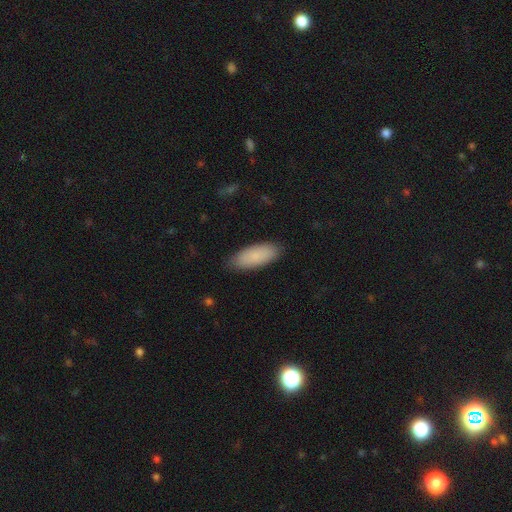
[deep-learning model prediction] smooth_or_featured: smooth (p=0.86) [alt: featured or disk p=0.08]
how_rounded: in between (p=0.79) [alt: cigar-shaped p=0.19]
merging: none (p=0.85) [alt: minor disturbance p=0.12]